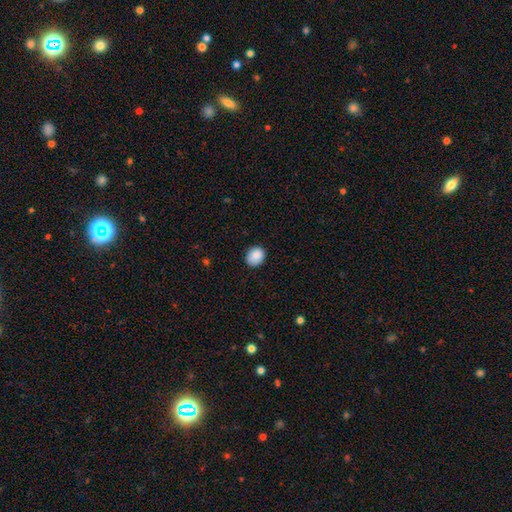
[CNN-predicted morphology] smooth 89%, star or artifact 8%, featured or disk 3%. Down the decision tree: how rounded — round (55%); merging — none (85%).